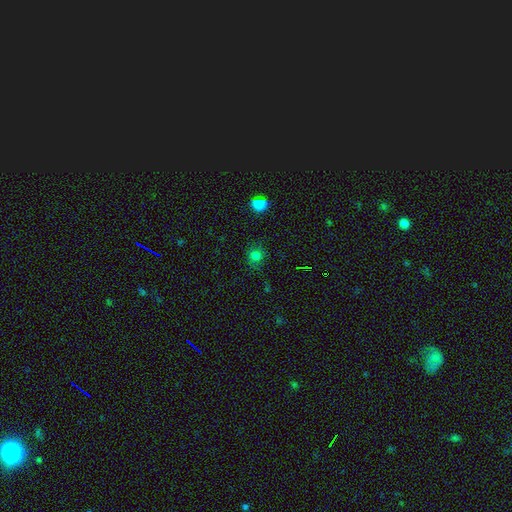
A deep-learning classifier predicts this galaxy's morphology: Smooth or featured? smooth (74%)
How rounded? round (85%)
Merging? none (81%)